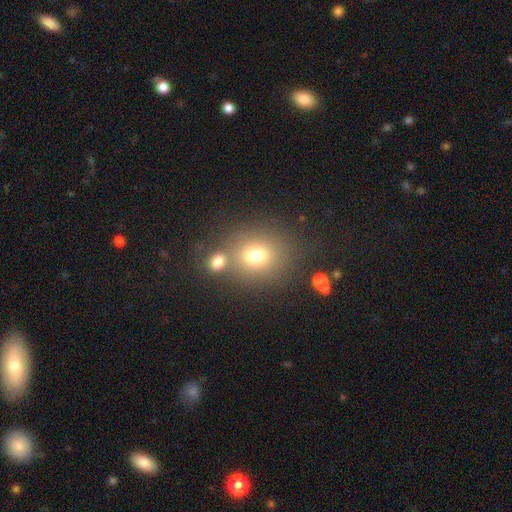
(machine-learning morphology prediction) Smooth or featured: smooth — 73% (star or artifact — 16%)
How rounded: round — 79% (in between — 20%)
Merging: none — 64% (merger — 21%)